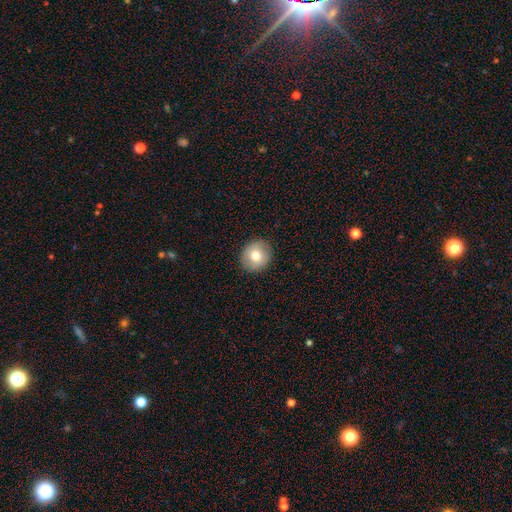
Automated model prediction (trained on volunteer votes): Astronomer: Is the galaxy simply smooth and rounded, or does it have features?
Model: smooth — 76%.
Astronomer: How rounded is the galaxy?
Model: round — 79%.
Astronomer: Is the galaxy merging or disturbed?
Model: none — 90%.